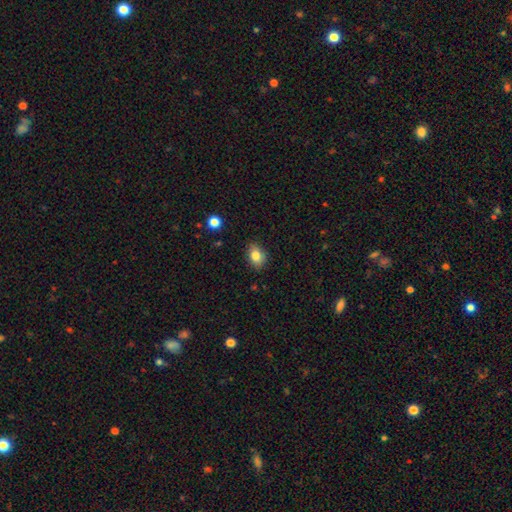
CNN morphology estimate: The model was most divided on "how rounded": in between: 71%, round: 28%, cigar-shaped: 1%. More confident: merging — none (85%); smooth or featured — smooth (81%).